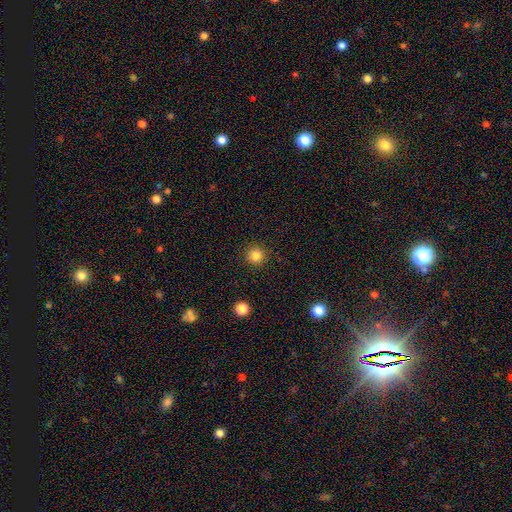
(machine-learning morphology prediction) Smooth or featured?
  - smooth: 84% *
  - star or artifact: 12%
  - featured or disk: 5%
How rounded?
  - round: 95% *
  - in between: 4%
  - cigar-shaped: 1%
Merging?
  - none: 91% *
  - minor disturbance: 5%
  - major disturbance: 2%
  - merger: 1%